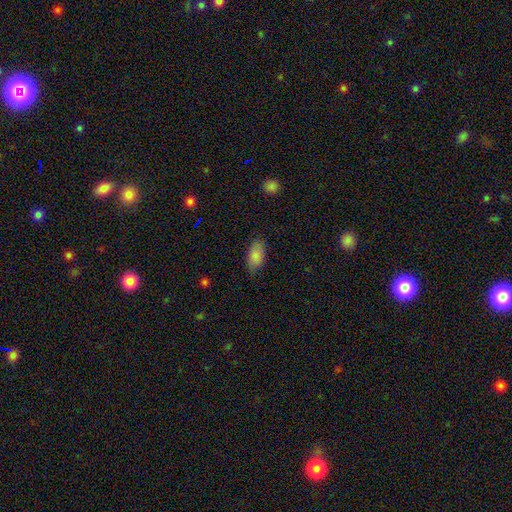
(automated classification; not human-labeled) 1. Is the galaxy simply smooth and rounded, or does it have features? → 86% smooth, 7% star or artifact, 7% featured or disk.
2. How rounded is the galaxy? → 91% in between, 6% cigar-shaped, 3% round.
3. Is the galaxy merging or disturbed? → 79% none, 16% minor disturbance, 3% major disturbance, 1% merger.